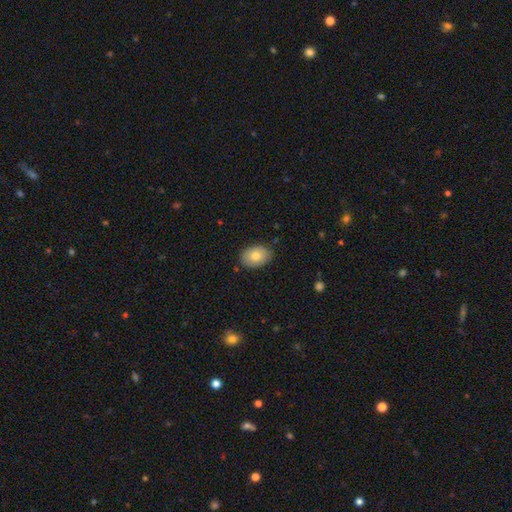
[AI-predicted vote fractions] smooth_or_featured: smooth (p=0.80) [alt: featured or disk p=0.13]
how_rounded: in between (p=0.80) [alt: round p=0.19]
merging: none (p=0.85) [alt: minor disturbance p=0.12]